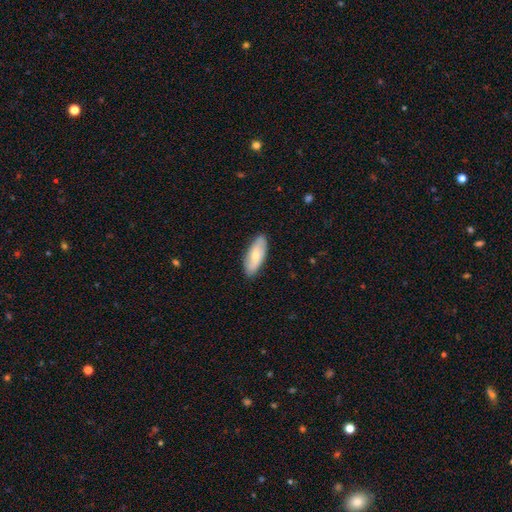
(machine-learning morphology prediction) smooth_or_featured: smooth (p=0.63) [alt: featured or disk p=0.31]
how_rounded: in between (p=0.75) [alt: cigar-shaped p=0.23]
merging: none (p=0.87) [alt: minor disturbance p=0.10]